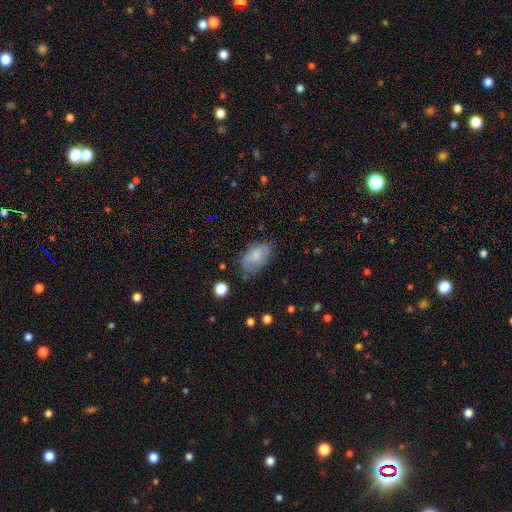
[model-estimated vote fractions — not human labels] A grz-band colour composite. It shows a smooth galaxy with no disk features (72%) that is in between round and cigar-shaped (92%). Merging: none (63%).